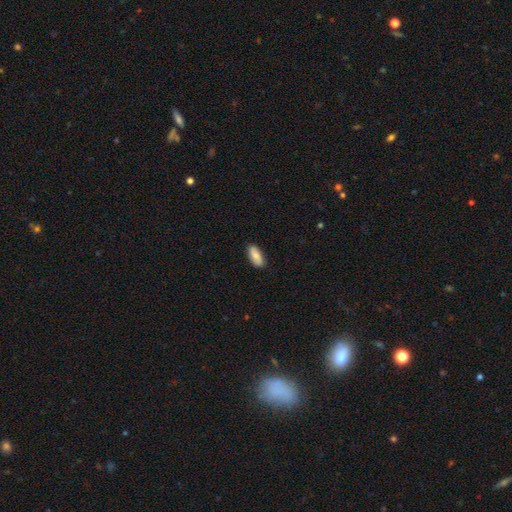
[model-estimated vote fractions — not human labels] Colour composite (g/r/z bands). It shows a smooth galaxy with no disk features (81%) that is in between round and cigar-shaped (85%). Merging: none (86%).